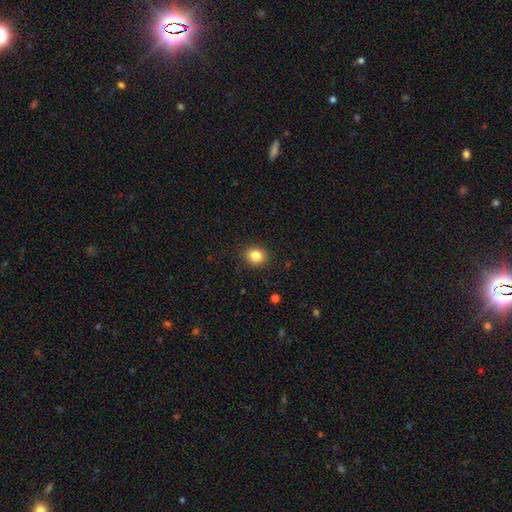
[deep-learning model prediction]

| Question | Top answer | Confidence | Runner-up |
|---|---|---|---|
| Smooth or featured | smooth | 84% | star or artifact (11%) |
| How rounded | round | 70% | in between (30%) |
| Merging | none | 90% | minor disturbance (7%) |